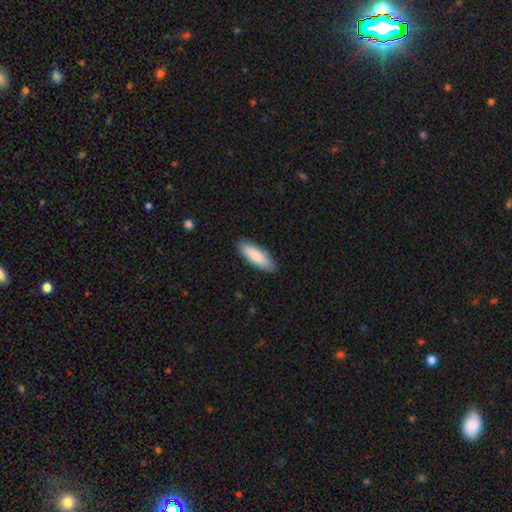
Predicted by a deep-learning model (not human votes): The model was most divided on "how rounded": in between: 53%, cigar-shaped: 45%, round: 1%. More confident: merging — none (88%); smooth or featured — smooth (86%).